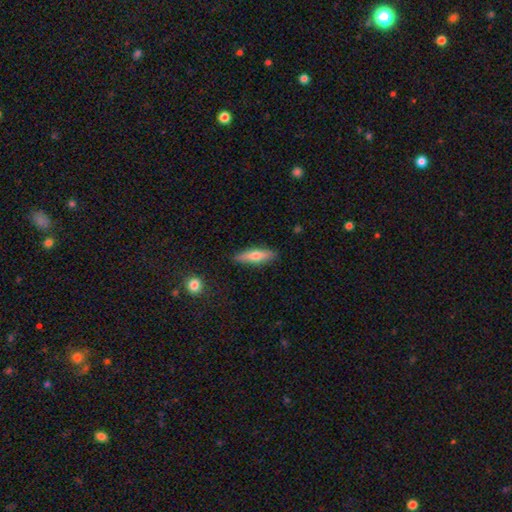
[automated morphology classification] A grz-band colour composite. It shows a smooth galaxy with no disk features (60%) that is cigar-shaped (67%). Merging: none (86%).